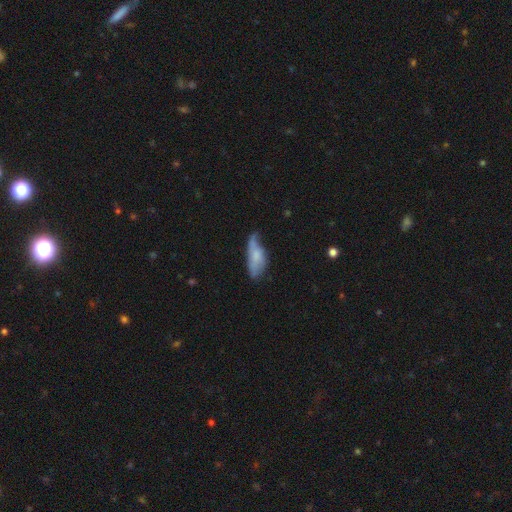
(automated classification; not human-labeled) Morphology: type=smooth (59%); roundness=in between (75%); merging=minor disturbance (40%).